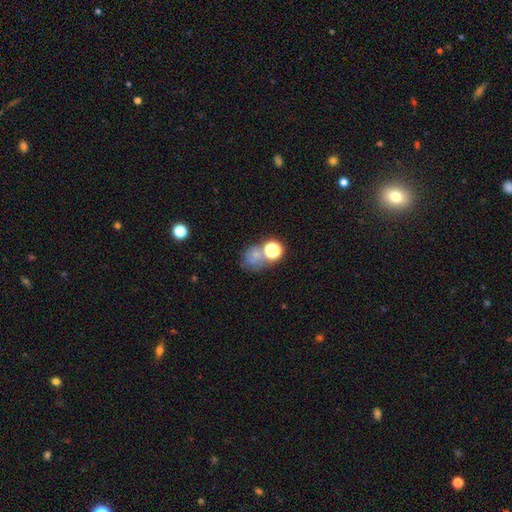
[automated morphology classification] Overall: smooth (57%; star or artifact 26%). How rounded: round (67%; in between 32%). Merging: none (40%; merger 31%).